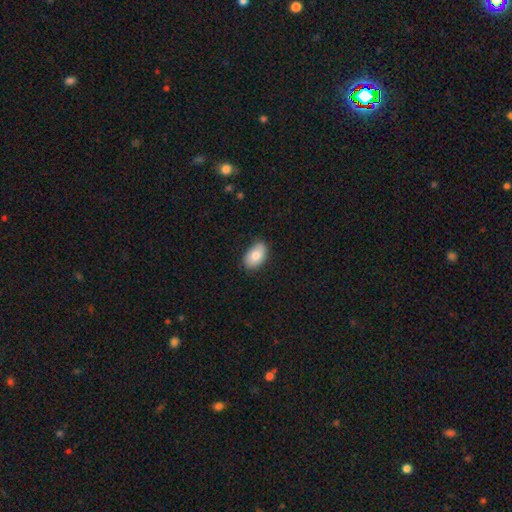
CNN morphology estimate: Overall: smooth (80%). How rounded: in between (91%). Merging: none (79%).